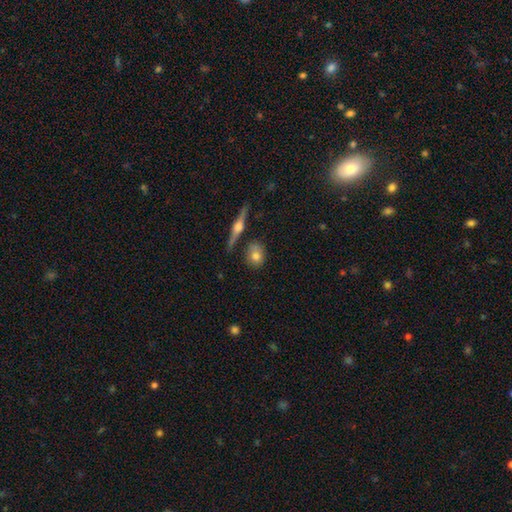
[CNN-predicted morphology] A smooth galaxy with no disk features (71%) that is round (63%).

Vote fractions:
- Smooth or featured? smooth: 71% / featured or disk: 21% / star or artifact: 8%
- How rounded? round: 63% / in between: 33% / cigar-shaped: 4%
- Merging? none: 72% / minor disturbance: 15% / merger: 9% / major disturbance: 4%